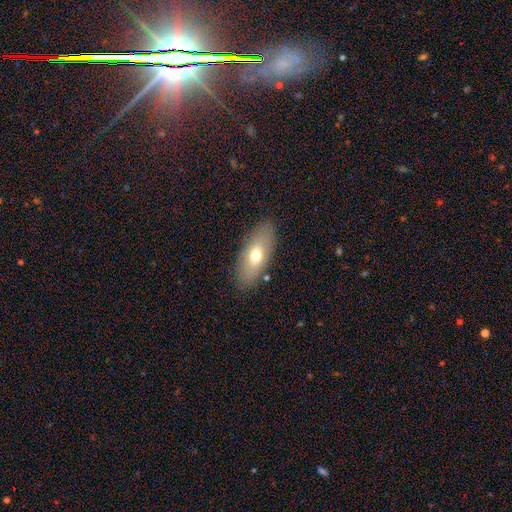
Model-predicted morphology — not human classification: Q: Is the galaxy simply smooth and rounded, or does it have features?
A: smooth — 65%.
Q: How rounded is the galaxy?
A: in between — 85%.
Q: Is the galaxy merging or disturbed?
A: none — 85%.